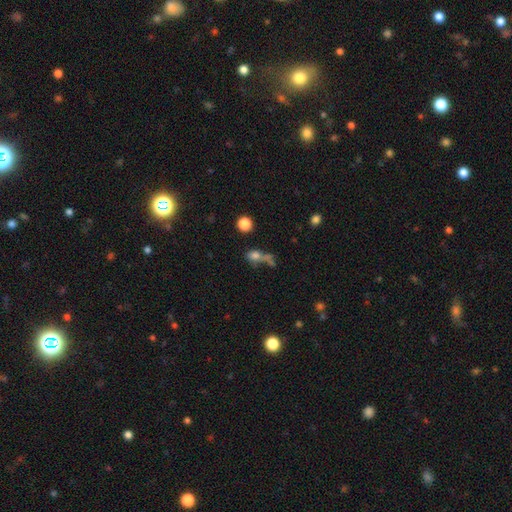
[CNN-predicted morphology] This appears to be a smooth galaxy with no disk features (66%) that is in between round and cigar-shaped (50%). Merging: none (35%).